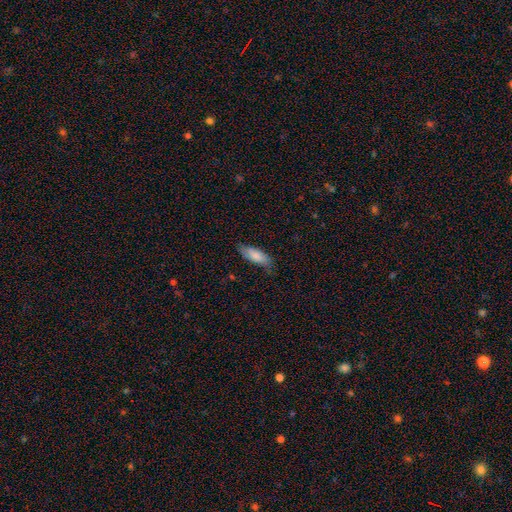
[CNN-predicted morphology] Q: Smooth or featured?
A: smooth (82%); runner-up: featured or disk (12%)
Q: How rounded?
A: in between (70%); runner-up: cigar-shaped (29%)
Q: Merging?
A: none (72%); runner-up: minor disturbance (22%)